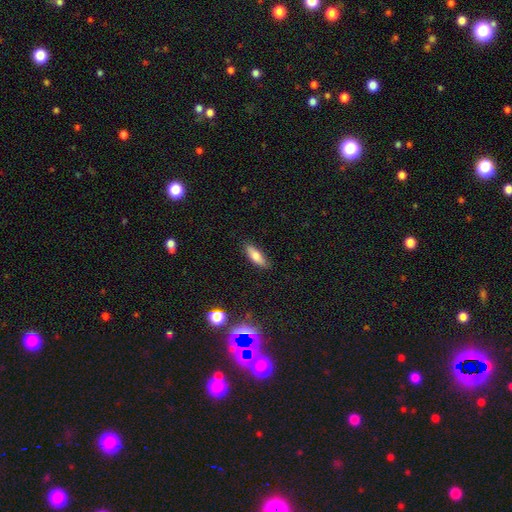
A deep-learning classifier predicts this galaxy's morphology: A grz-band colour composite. It shows a smooth galaxy with no disk features (72%) that is in between round and cigar-shaped (51%). Merging: none (86%).